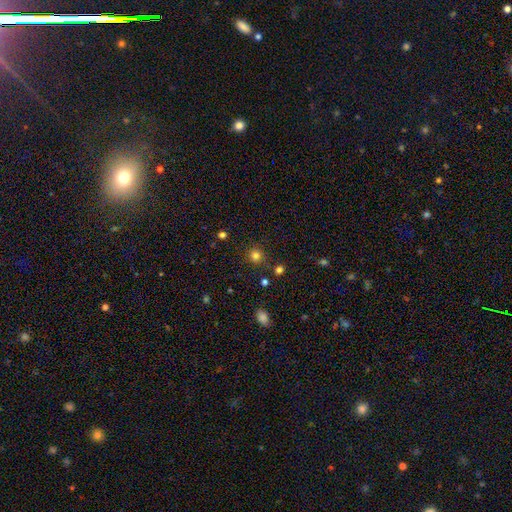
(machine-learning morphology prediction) smooth-or-featured: smooth: 80% | star or artifact: 15% | featured or disk: 5%
  how-rounded: round: 92% | in between: 7% | cigar-shaped: 1%
  merging: none: 87% | minor disturbance: 8% | merger: 3% | major disturbance: 3%